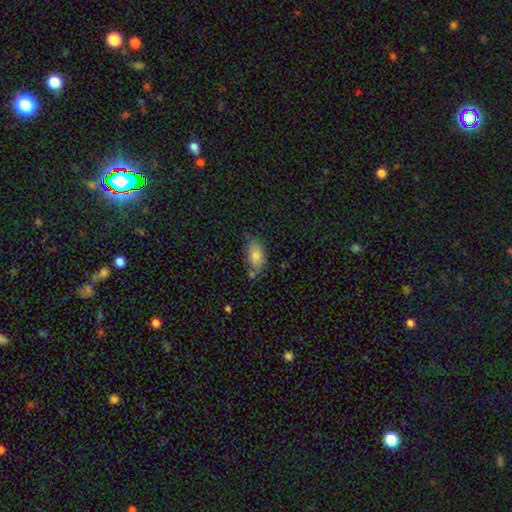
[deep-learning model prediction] Overall: smooth (81%). How rounded: in between (90%). Merging: none (67%).